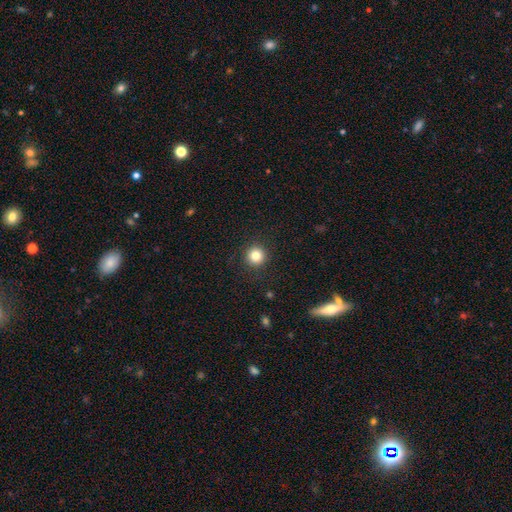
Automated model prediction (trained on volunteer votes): smooth 83%, star or artifact 11%, featured or disk 5%. Down the decision tree: how rounded — round (95%); merging — none (92%).